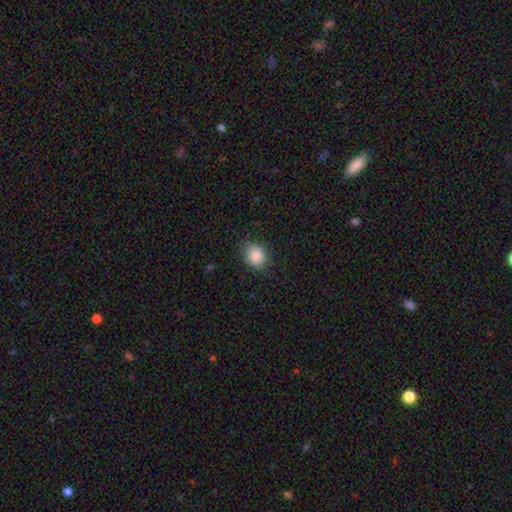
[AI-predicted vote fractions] This is clearly a smooth galaxy (88%). How rounded: possibly in between (51%). Merging: clearly none (81%).